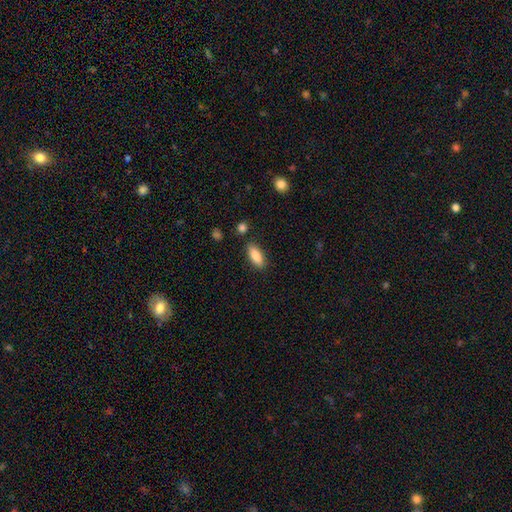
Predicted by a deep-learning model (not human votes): Smooth or featured?
  - smooth: 84% *
  - featured or disk: 9%
  - star or artifact: 6%
How rounded?
  - in between: 78% *
  - cigar-shaped: 20%
  - round: 2%
Merging?
  - none: 85% *
  - minor disturbance: 10%
  - merger: 3%
  - major disturbance: 2%